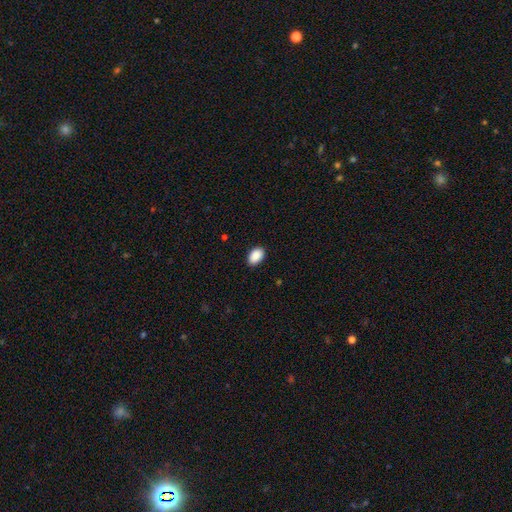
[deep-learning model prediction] Smooth or featured?
  - smooth: 91% *
  - star or artifact: 7%
  - featured or disk: 2%
How rounded?
  - in between: 89% *
  - round: 10%
  - cigar-shaped: 1%
Merging?
  - none: 88% *
  - minor disturbance: 9%
  - major disturbance: 2%
  - merger: 1%